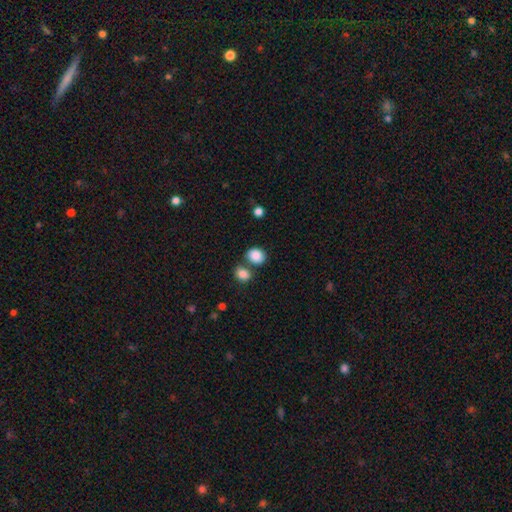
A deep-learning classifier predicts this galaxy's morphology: smooth_or_featured: smooth (p=0.87) [alt: star or artifact p=0.08]
how_rounded: round (p=0.52) [alt: in between p=0.47]
merging: none (p=0.60) [alt: merger p=0.24]